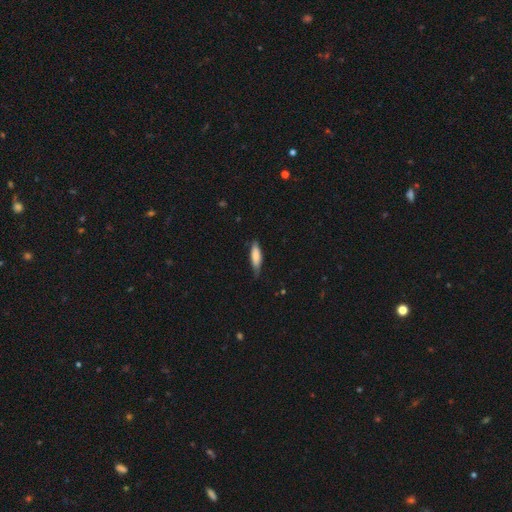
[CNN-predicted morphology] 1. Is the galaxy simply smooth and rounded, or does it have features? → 79% smooth, 15% featured or disk, 6% star or artifact.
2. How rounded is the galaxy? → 55% cigar-shaped, 44% in between, 2% round.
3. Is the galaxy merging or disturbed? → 68% none, 27% minor disturbance, 4% major disturbance, 1% merger.